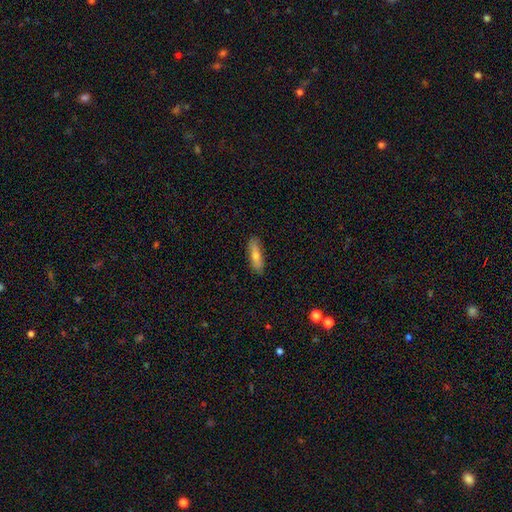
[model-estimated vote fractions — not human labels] This is likely a smooth galaxy (62%). How rounded: likely cigar-shaped (61%). Merging: clearly none (88%).